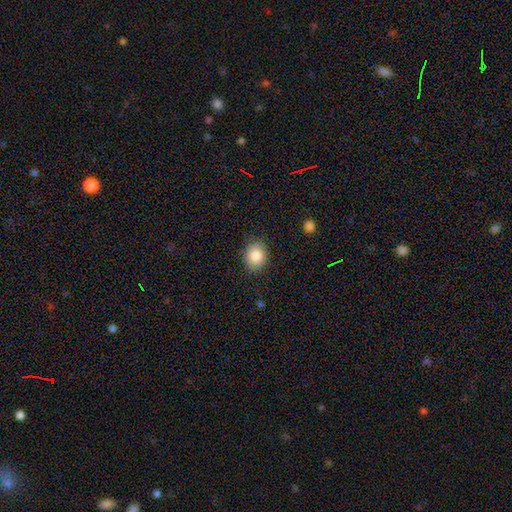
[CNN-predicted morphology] type=smooth (86%); roundness=round (56%); merging=none (86%).